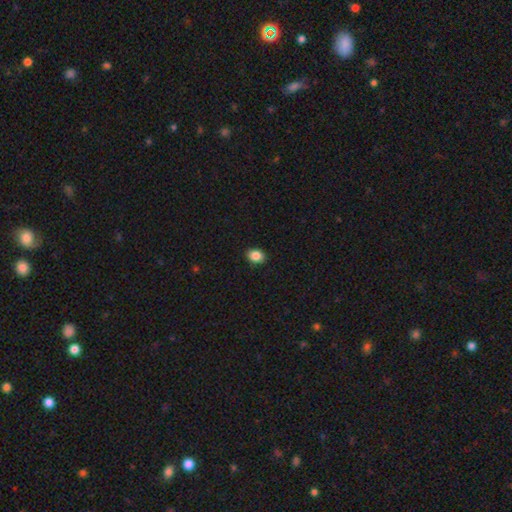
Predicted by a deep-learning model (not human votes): This appears to be a smooth galaxy with no disk features (86%) that is in between round and cigar-shaped (62%). Merging: none (91%).